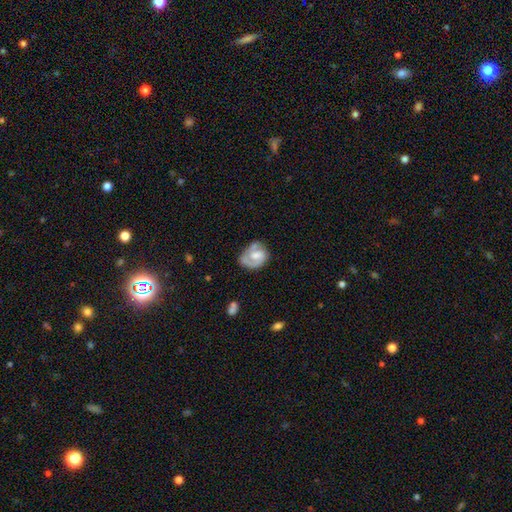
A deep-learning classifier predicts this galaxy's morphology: Overall: featured or disk (60%; smooth 34%). Edge-on disk: no (97%). Bar: no (56%; weak 36%). Spiral arms: yes (80%). Bulge size: moderate (42%; small 21%). Merging: none (50%; minor disturbance 28%).